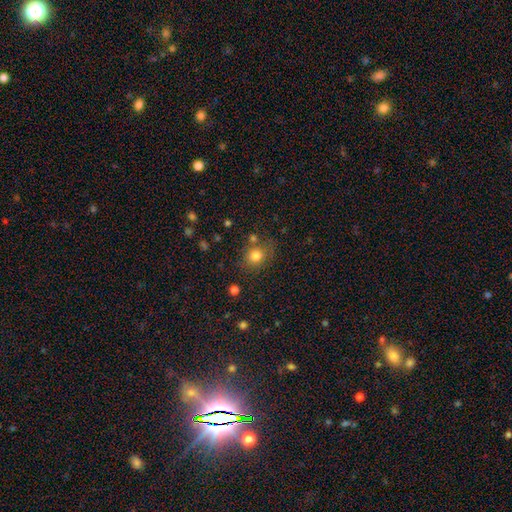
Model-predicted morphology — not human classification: This is likely a smooth galaxy (79%). How rounded: likely round (74%). Merging: likely none (70%).